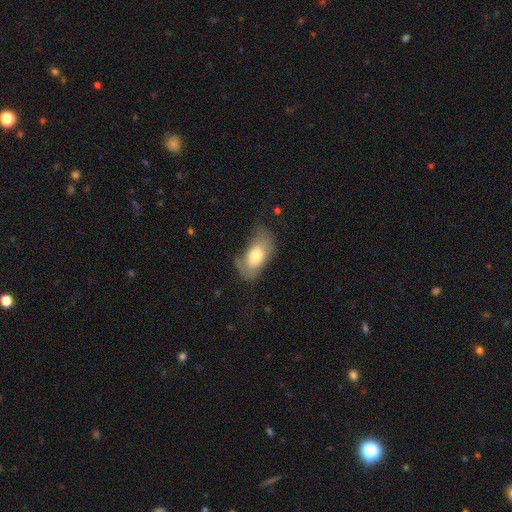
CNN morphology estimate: This is likely a smooth galaxy (69%). How rounded: clearly in between (91%). Merging: possibly none (45%).